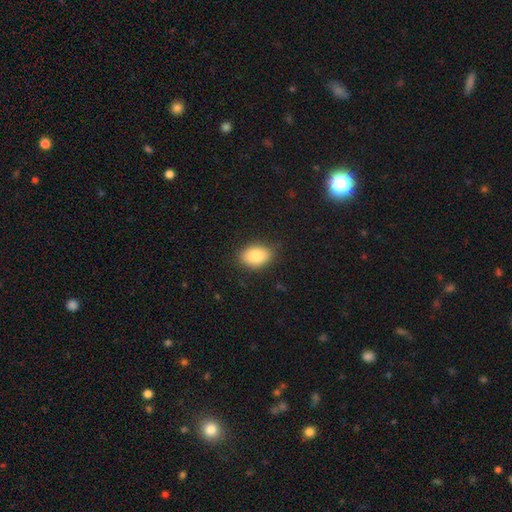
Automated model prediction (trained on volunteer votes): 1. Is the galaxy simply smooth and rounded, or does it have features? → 85% smooth, 8% featured or disk, 8% star or artifact.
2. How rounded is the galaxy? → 81% in between, 17% round, 1% cigar-shaped.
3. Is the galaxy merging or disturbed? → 85% none, 12% minor disturbance, 3% major disturbance, 1% merger.